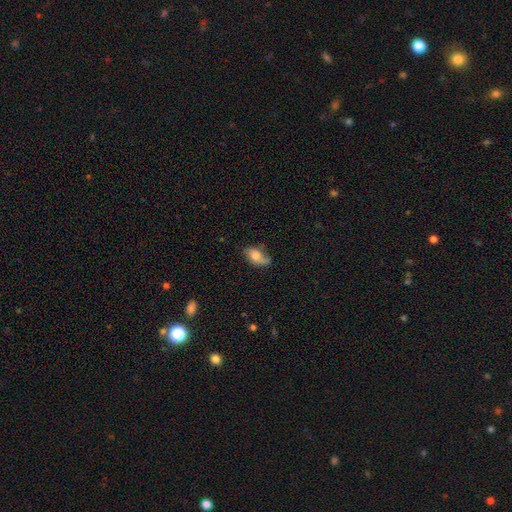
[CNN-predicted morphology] Smooth or featured: smooth — 61% (featured or disk — 31%)
How rounded: in between — 88% (round — 8%)
Merging: none — 48% (minor disturbance — 31%)